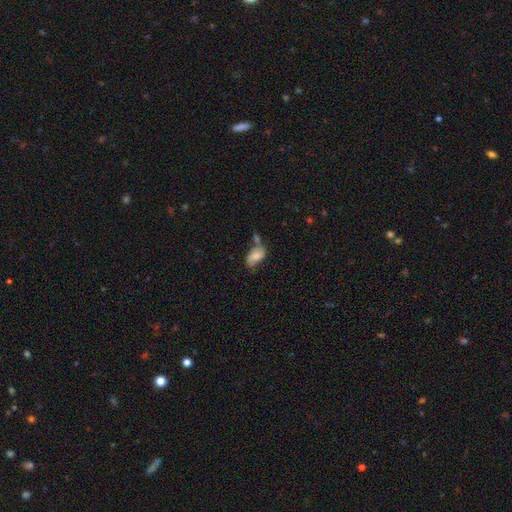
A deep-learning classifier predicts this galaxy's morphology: smooth 59%, featured or disk 32%, star or artifact 9%. Down the decision tree: how rounded — in between (91%); merging — none (39%).